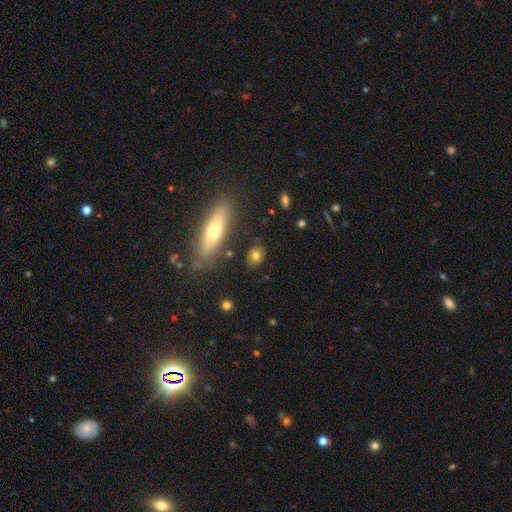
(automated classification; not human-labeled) A smooth galaxy with no disk features (76%) that is round (51%).

Vote fractions:
- Smooth or featured? smooth: 76% / featured or disk: 13% / star or artifact: 11%
- How rounded? round: 51% / in between: 43% / cigar-shaped: 6%
- Merging? none: 83% / minor disturbance: 11% / merger: 3% / major disturbance: 3%